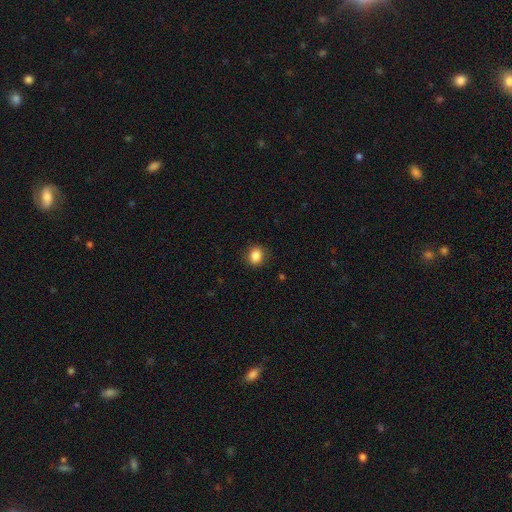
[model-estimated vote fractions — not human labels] smooth-or-featured: smooth: 86% | star or artifact: 10% | featured or disk: 4%
  how-rounded: round: 66% | in between: 33% | cigar-shaped: 1%
  merging: none: 86% | minor disturbance: 10% | major disturbance: 3% | merger: 1%